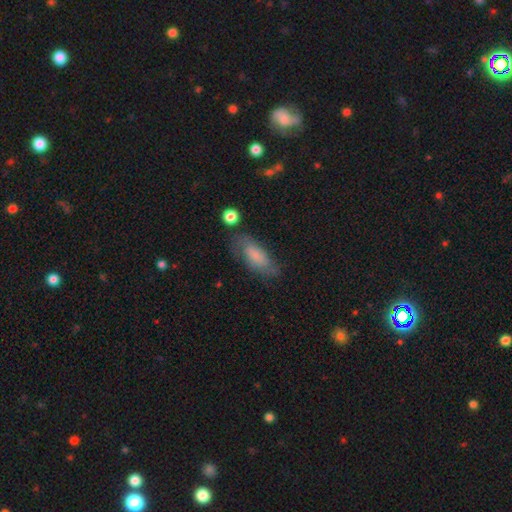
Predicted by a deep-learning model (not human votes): Smooth or featured?
  - smooth: 70% *
  - featured or disk: 22%
  - star or artifact: 8%
How rounded?
  - in between: 78% *
  - cigar-shaped: 19%
  - round: 3%
Merging?
  - none: 64% *
  - minor disturbance: 24%
  - major disturbance: 9%
  - merger: 3%